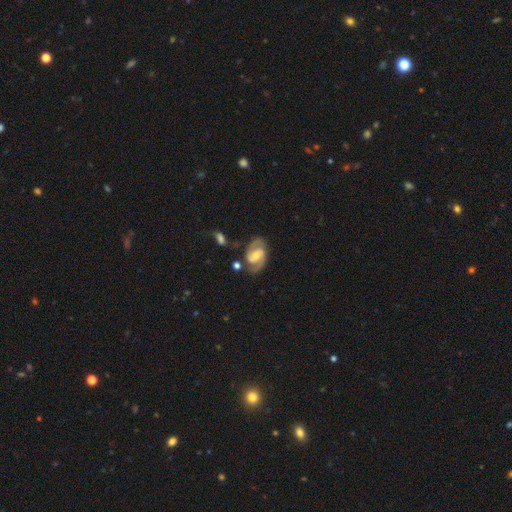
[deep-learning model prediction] This is clearly a featured or disk galaxy (83%). It is clearly not viewed edge-on (97%). Bar: possibly weak (50%). Spiral arm pattern: clearly yes (95%). Spiral arm count: clearly 2 (90%). Spiral winding: possibly medium (54%). Central bulge: possibly moderate (48%). Merging: likely none (73%).